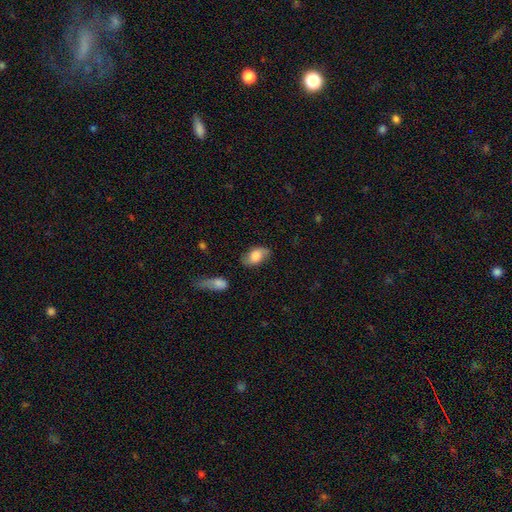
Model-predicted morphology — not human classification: Smooth or featured?
  - smooth: 65% *
  - featured or disk: 27%
  - star or artifact: 8%
How rounded?
  - in between: 89% *
  - round: 9%
  - cigar-shaped: 2%
Merging?
  - none: 70% *
  - minor disturbance: 21%
  - major disturbance: 6%
  - merger: 3%